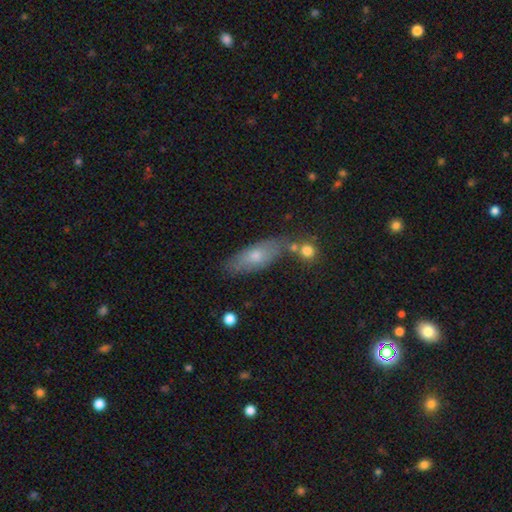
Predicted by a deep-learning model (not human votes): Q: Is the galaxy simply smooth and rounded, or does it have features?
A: smooth — 63%.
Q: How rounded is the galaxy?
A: in between — 67%.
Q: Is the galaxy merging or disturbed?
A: none — 67%.